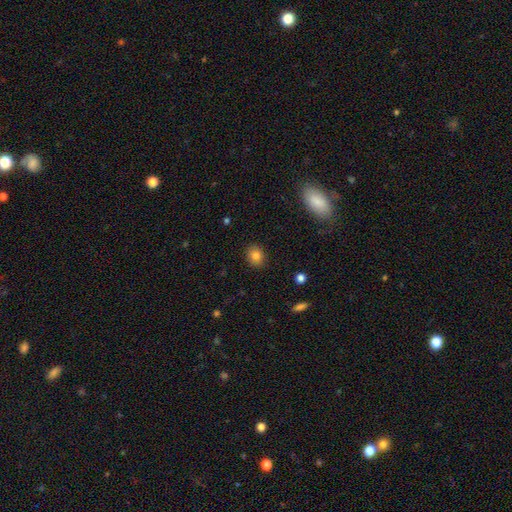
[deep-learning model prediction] smooth_or_featured: smooth (p=0.82) [alt: star or artifact p=0.11]
how_rounded: round (p=0.64) [alt: in between p=0.35]
merging: none (p=0.90) [alt: minor disturbance p=0.07]